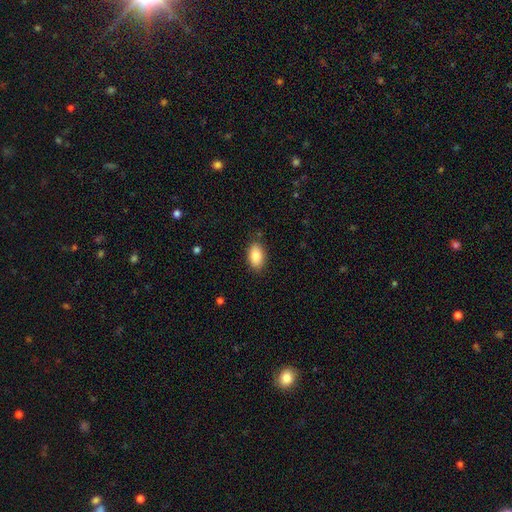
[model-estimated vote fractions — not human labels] smooth_or_featured: smooth (p=0.86) [alt: featured or disk p=0.07]
how_rounded: in between (p=0.92) [alt: round p=0.05]
merging: none (p=0.85) [alt: minor disturbance p=0.11]